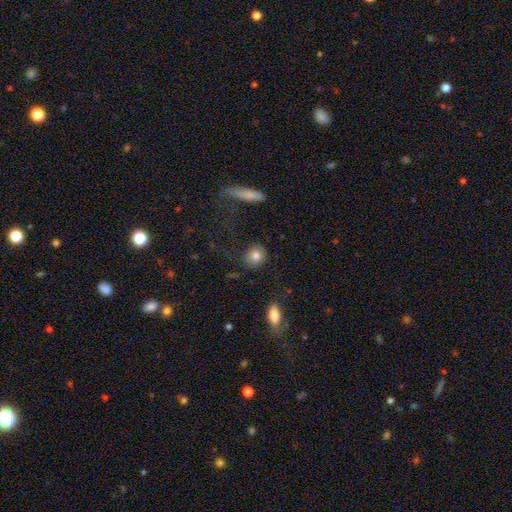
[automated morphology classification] smooth-or-featured: smooth: 83% | star or artifact: 9% | featured or disk: 8%
  how-rounded: round: 72% | in between: 26% | cigar-shaped: 2%
  merging: none: 81% | minor disturbance: 13% | major disturbance: 4% | merger: 2%